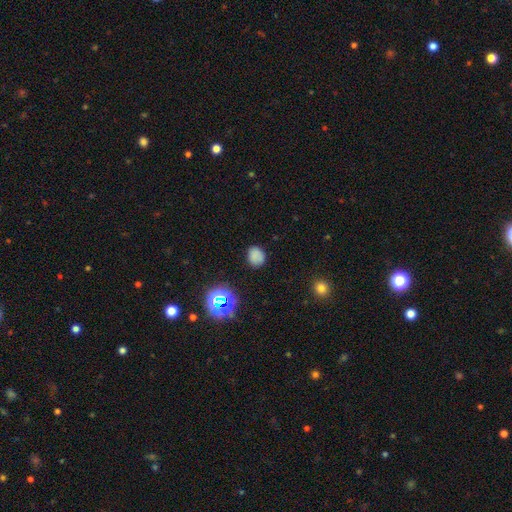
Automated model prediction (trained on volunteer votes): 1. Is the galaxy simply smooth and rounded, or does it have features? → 75% smooth, 19% star or artifact, 6% featured or disk.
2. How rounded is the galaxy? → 61% round, 38% in between, 1% cigar-shaped.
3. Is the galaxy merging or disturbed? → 82% none, 13% minor disturbance, 3% major disturbance, 2% merger.